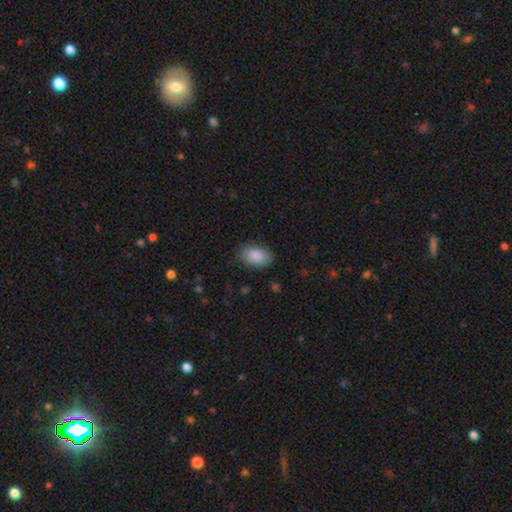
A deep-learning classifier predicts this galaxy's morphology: This is clearly a smooth galaxy (89%). How rounded: clearly in between (91%). Merging: clearly none (85%).